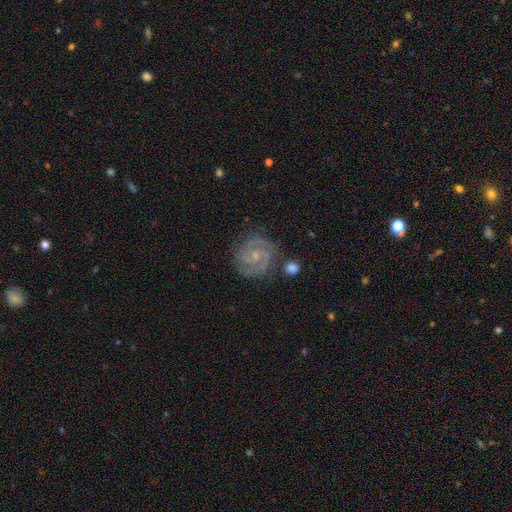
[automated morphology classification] This is clearly a featured or disk galaxy (90%). It is clearly not viewed edge-on (98%). Bar: possibly no (56%). Spiral arm pattern: clearly yes (98%). Spiral arm count: likely 2 (77%). Spiral winding: likely tight (64%). Central bulge: likely small (70%). Merging: likely none (78%).